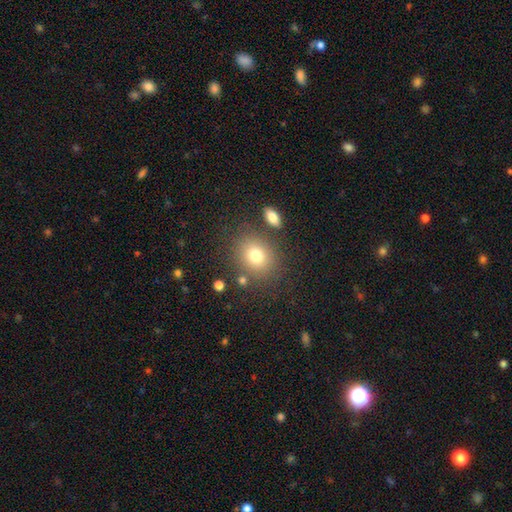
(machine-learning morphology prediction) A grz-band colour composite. It shows a smooth galaxy with no disk features (76%) that is round (65%). Merging: none (77%).